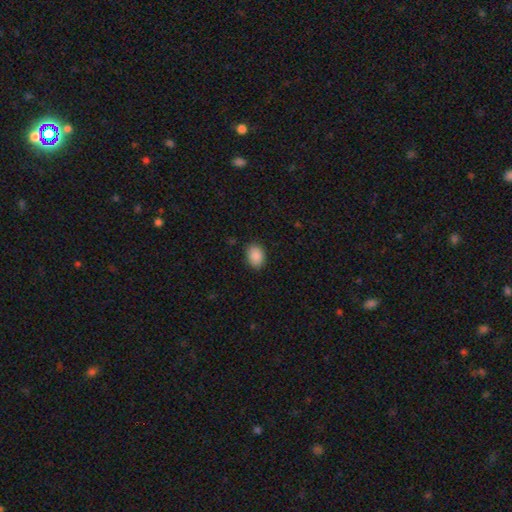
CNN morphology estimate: Overall: smooth (90%). How rounded: in between (74%). Merging: none (85%).